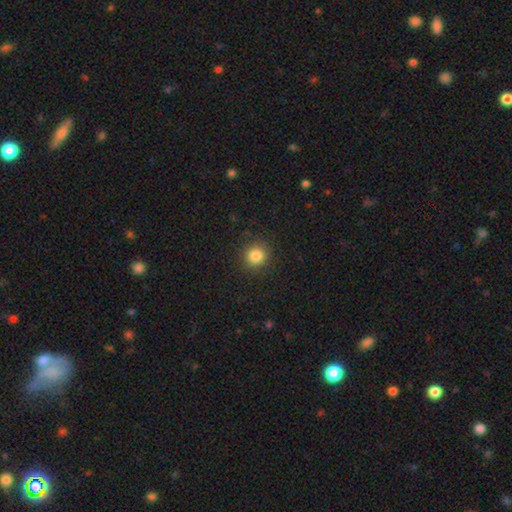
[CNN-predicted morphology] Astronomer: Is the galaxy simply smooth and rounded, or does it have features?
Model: smooth — 84%.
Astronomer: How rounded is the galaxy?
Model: round — 89%.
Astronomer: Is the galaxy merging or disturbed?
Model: none — 90%.